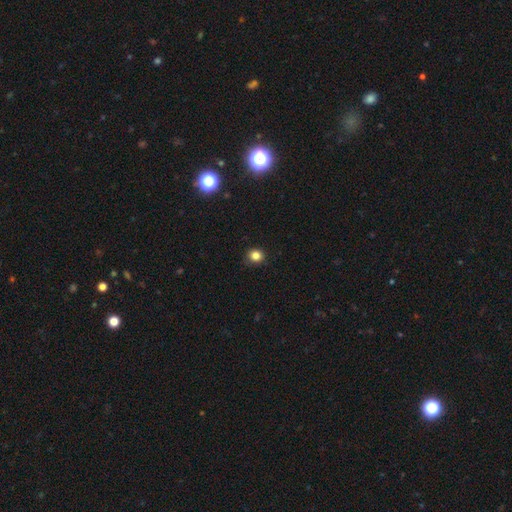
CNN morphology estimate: smooth 82%, star or artifact 13%, featured or disk 4%. Down the decision tree: how rounded — round (86%); merging — none (86%).